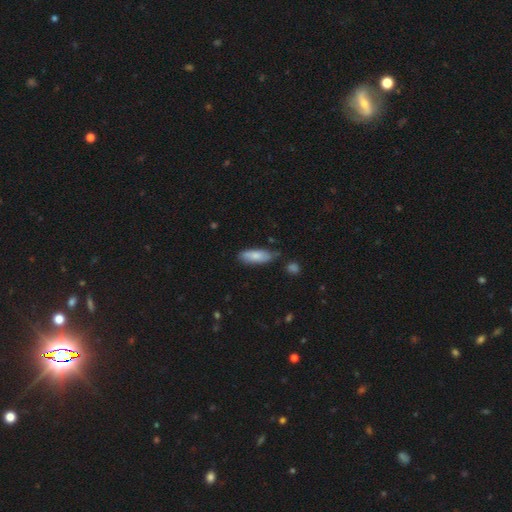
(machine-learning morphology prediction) smooth-or-featured: smooth: 79% | featured or disk: 15% | star or artifact: 6%
  how-rounded: in between: 68% | cigar-shaped: 30% | round: 2%
  merging: none: 69% | minor disturbance: 24% | major disturbance: 4% | merger: 3%